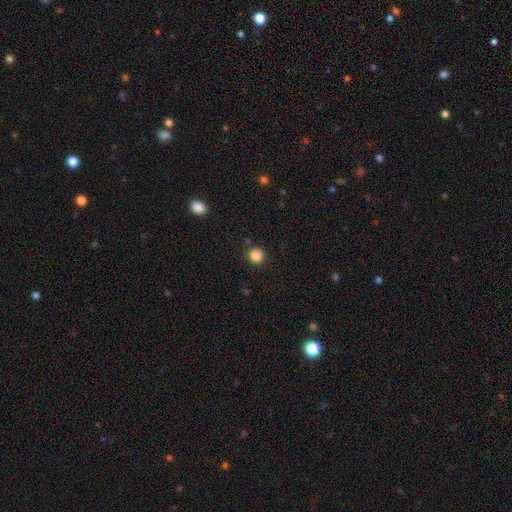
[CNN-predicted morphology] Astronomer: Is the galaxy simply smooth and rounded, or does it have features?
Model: smooth — 86%.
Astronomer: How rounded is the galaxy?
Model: round — 93%.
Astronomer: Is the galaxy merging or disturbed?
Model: none — 87%.